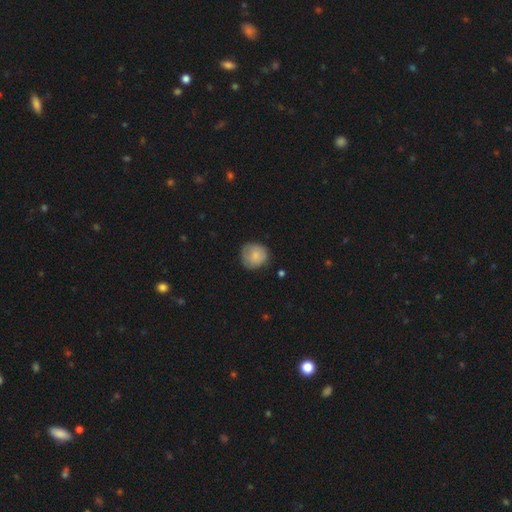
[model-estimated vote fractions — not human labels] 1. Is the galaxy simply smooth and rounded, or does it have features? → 79% smooth, 14% featured or disk, 7% star or artifact.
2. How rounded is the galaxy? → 88% round, 11% in between, 1% cigar-shaped.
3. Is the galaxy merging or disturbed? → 71% none, 22% minor disturbance, 5% major disturbance, 1% merger.